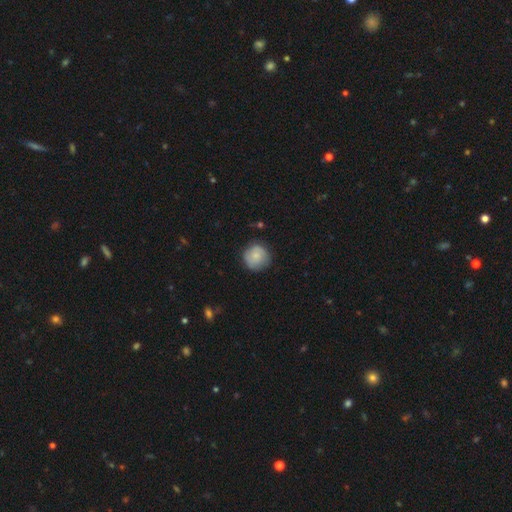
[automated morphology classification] type=smooth (72%); roundness=round (92%); merging=none (78%).